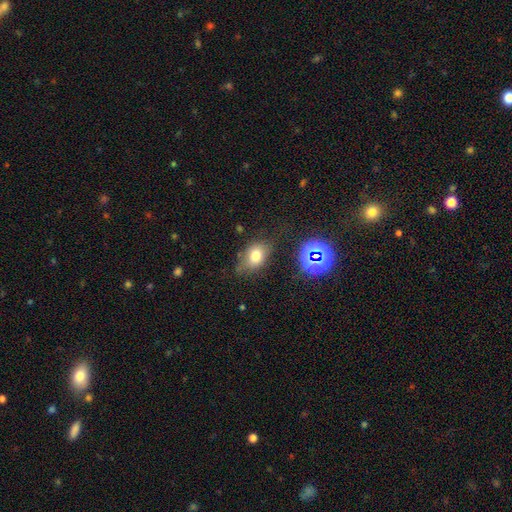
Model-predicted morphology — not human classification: A smooth galaxy with no disk features (72%) that is in between round and cigar-shaped (74%).

Vote fractions:
- Smooth or featured? smooth: 72% / star or artifact: 15% / featured or disk: 13%
- How rounded? in between: 74% / round: 25% / cigar-shaped: 2%
- Merging? none: 64% / minor disturbance: 24% / major disturbance: 8% / merger: 4%